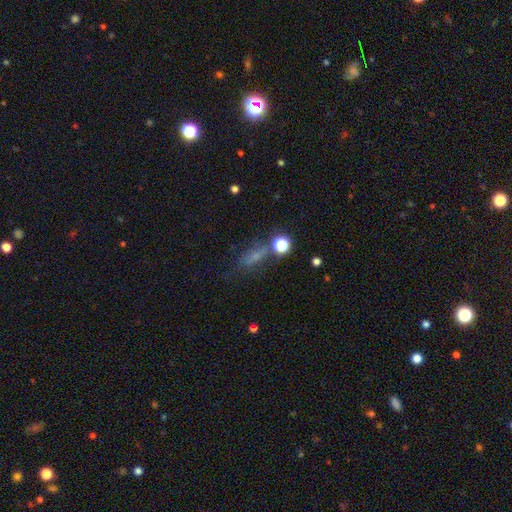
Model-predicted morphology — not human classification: smooth_or_featured: smooth (p=0.50) [alt: star or artifact p=0.30]
merging: none (p=0.54) [alt: minor disturbance p=0.19]